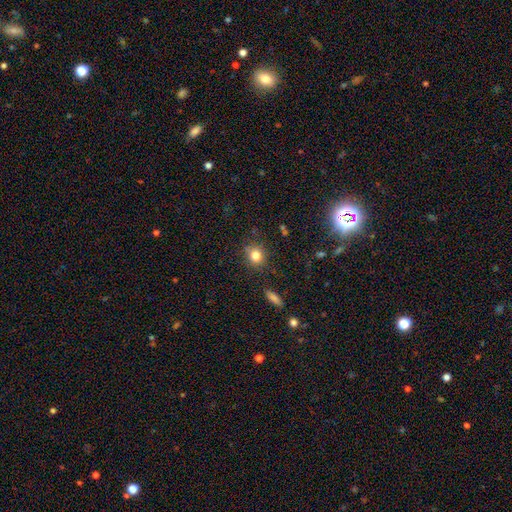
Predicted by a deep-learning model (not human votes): Overall: smooth (80%). How rounded: round (74%). Merging: none (82%).